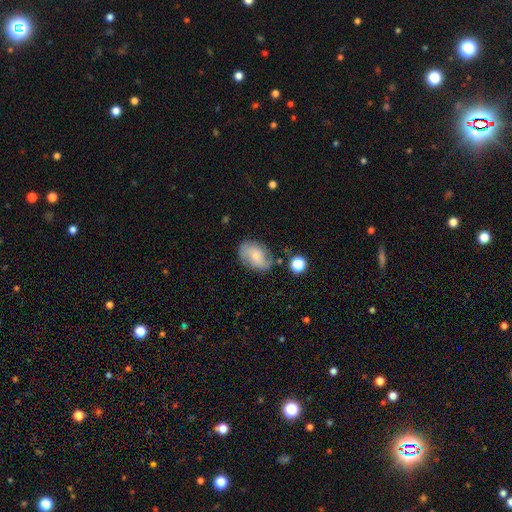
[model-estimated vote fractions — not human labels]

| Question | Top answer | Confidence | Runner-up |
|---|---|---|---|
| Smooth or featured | smooth | 46% | featured or disk (45%) |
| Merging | none | 66% | minor disturbance (23%) |